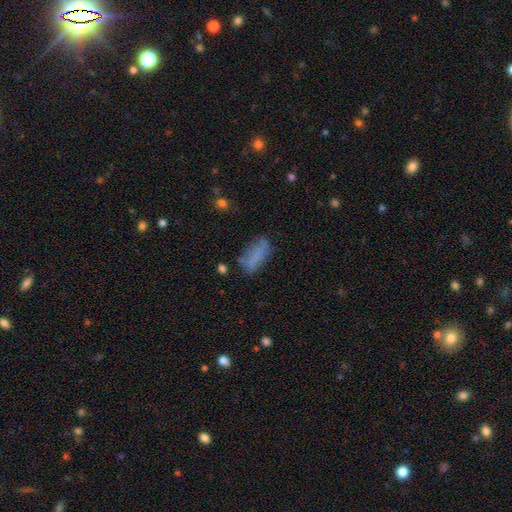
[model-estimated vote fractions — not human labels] smooth 70%, featured or disk 19%, star or artifact 11%. Down the decision tree: how rounded — in between (71%); merging — none (58%).